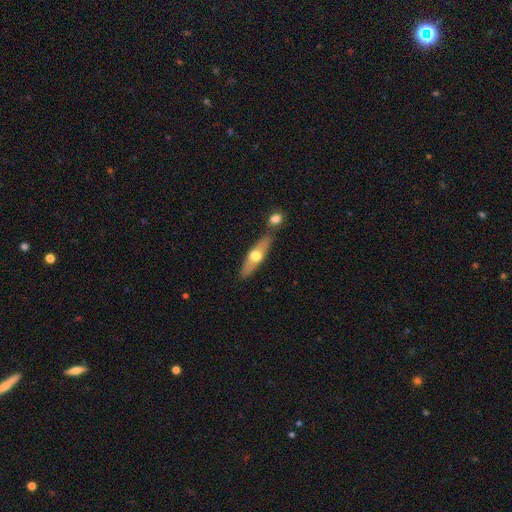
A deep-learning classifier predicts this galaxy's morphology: smooth_or_featured: smooth (p=0.49) [alt: featured or disk p=0.45]
merging: none (p=0.72) [alt: merger p=0.13]